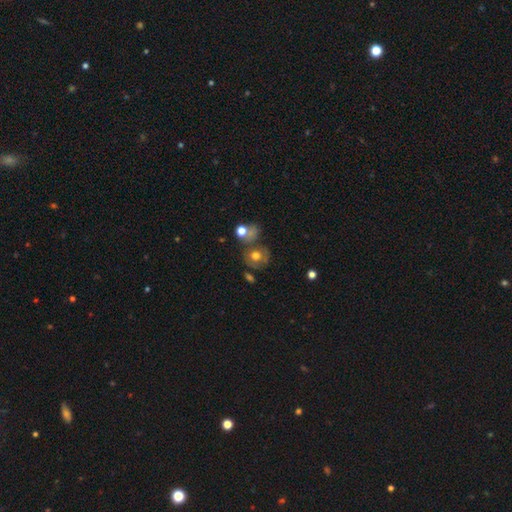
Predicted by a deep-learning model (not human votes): This is likely a smooth galaxy (60%). How rounded: likely round (77%). Merging: possibly none (52%).